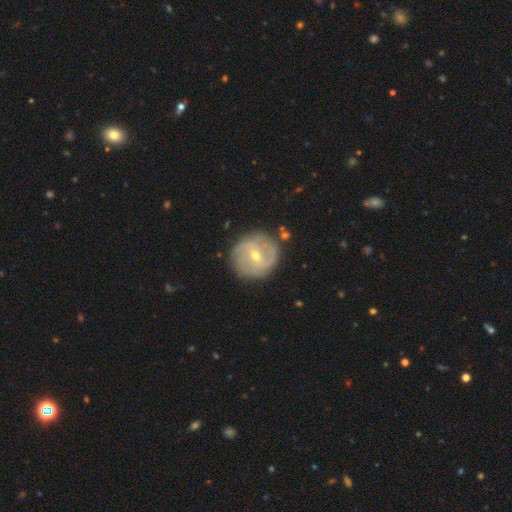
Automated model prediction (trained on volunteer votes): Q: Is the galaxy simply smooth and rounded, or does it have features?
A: featured or disk — 70%.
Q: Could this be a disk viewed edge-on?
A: no — 96%.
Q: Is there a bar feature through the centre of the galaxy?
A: weak — 52%.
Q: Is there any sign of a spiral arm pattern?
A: yes — 74%.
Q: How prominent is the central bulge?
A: small — 52%.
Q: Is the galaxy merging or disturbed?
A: none — 81%.